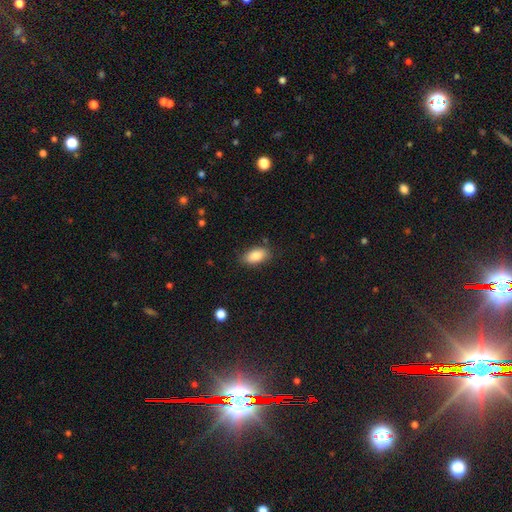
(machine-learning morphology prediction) This is clearly a smooth galaxy (86%). How rounded: clearly in between (91%). Merging: clearly none (82%).